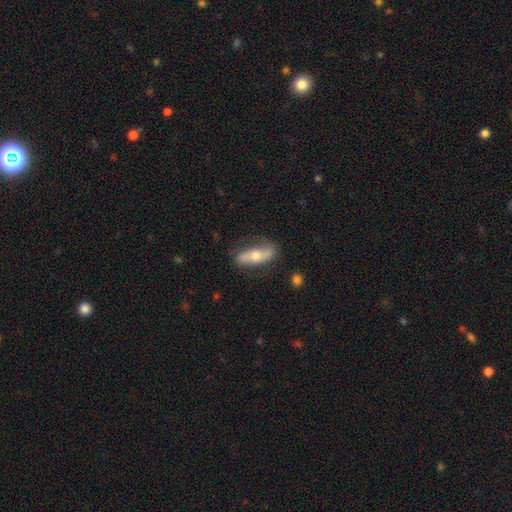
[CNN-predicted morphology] Q: Smooth or featured?
A: featured or disk (53%); runner-up: smooth (41%)
Q: Edge-on disk?
A: no (69%); runner-up: yes (31%)
Q: Merging?
A: none (70%); runner-up: minor disturbance (21%)